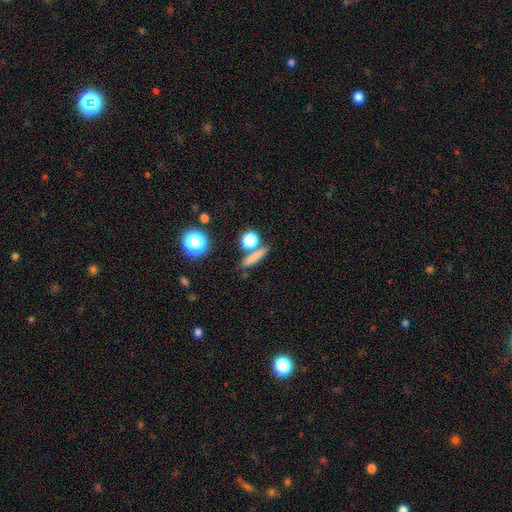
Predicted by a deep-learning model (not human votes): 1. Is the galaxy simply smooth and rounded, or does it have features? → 73% smooth, 13% star or artifact, 13% featured or disk.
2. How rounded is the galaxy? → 62% cigar-shaped, 21% round, 17% in between.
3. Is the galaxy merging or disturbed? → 74% none, 13% merger, 9% minor disturbance, 4% major disturbance.